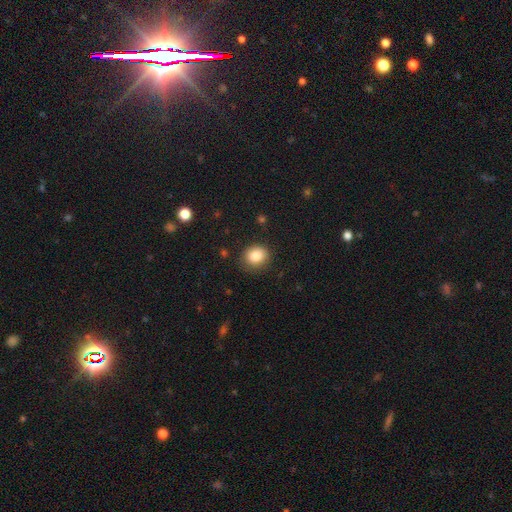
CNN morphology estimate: Smooth or featured? smooth (84%)
How rounded? round (70%)
Merging? none (82%)